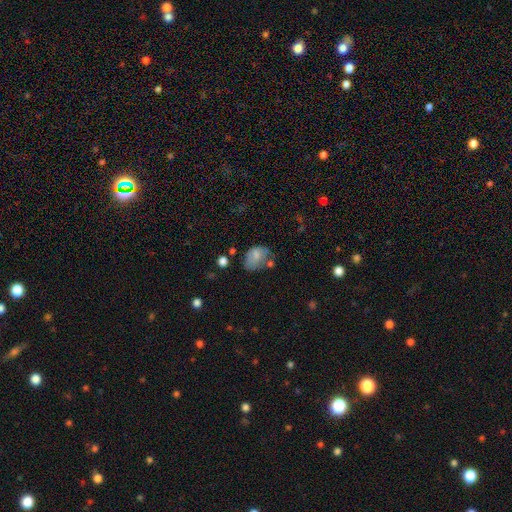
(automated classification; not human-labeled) Overall: smooth (70%). How rounded: in between (75%). Merging: none (38%; minor disturbance 33%).